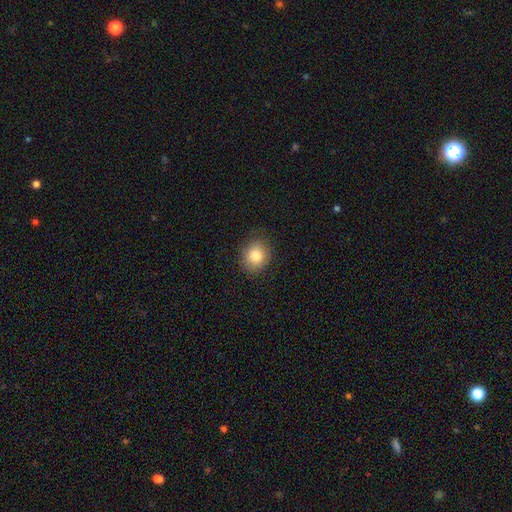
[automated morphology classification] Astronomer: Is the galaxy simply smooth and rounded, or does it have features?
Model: smooth — 82%.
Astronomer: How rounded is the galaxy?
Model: round — 70%.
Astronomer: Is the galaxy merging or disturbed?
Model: none — 84%.